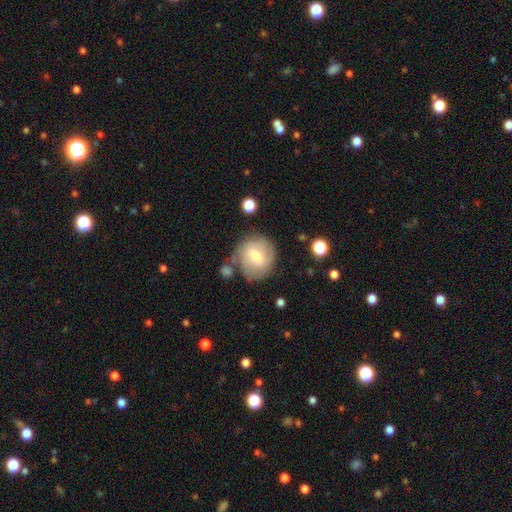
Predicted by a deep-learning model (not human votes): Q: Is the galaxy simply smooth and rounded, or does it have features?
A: smooth — 57%.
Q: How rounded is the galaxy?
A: round — 85%.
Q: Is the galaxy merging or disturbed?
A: none — 68%.